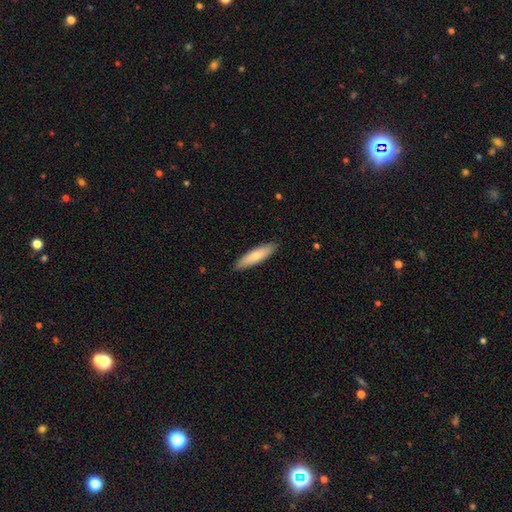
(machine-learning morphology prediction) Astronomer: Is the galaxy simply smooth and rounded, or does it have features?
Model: smooth — 76%.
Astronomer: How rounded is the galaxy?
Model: cigar-shaped — 70%.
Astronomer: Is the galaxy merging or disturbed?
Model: none — 89%.